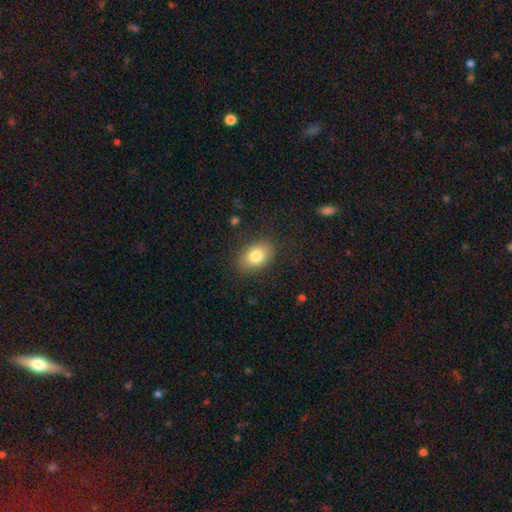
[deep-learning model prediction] Smooth or featured: smooth — 81% (featured or disk — 11%)
How rounded: in between — 82% (round — 17%)
Merging: none — 84% (minor disturbance — 11%)